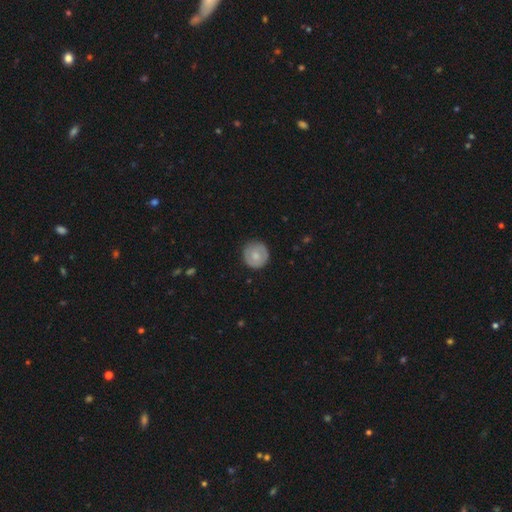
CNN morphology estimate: Smooth or featured: smooth — 64% (featured or disk — 30%)
How rounded: round — 94% (in between — 5%)
Merging: none — 87% (minor disturbance — 9%)